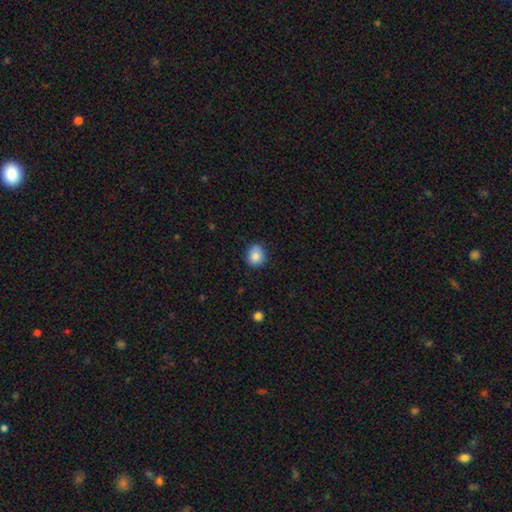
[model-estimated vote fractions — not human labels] Smooth or featured: smooth — 85% (star or artifact — 9%)
How rounded: round — 80% (in between — 19%)
Merging: none — 80% (minor disturbance — 16%)